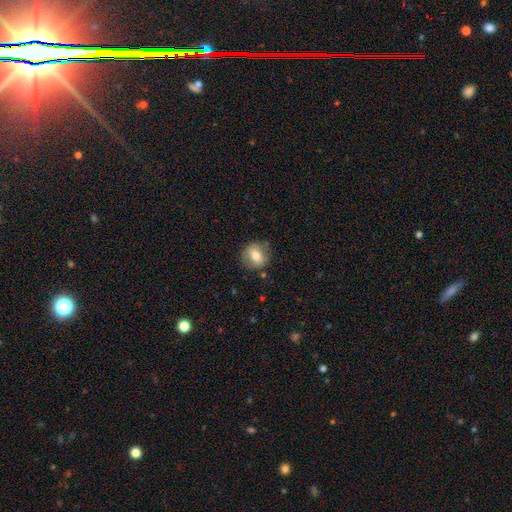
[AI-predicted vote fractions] Smooth or featured?
  - smooth: 68% *
  - featured or disk: 24%
  - star or artifact: 9%
How rounded?
  - round: 75% *
  - in between: 23%
  - cigar-shaped: 1%
Merging?
  - none: 80% *
  - minor disturbance: 14%
  - major disturbance: 4%
  - merger: 2%